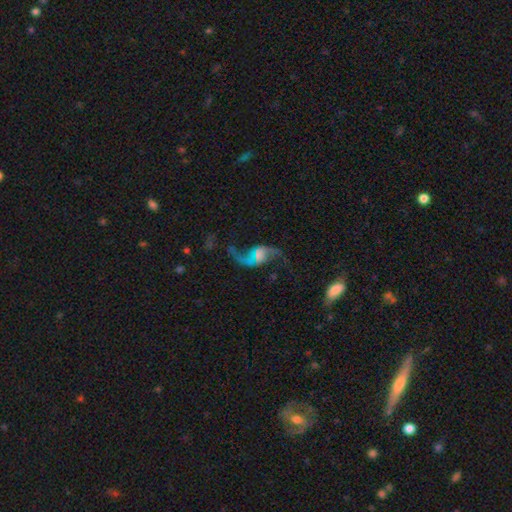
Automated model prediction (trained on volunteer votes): smooth-or-featured: featured or disk: 87% | smooth: 7% | star or artifact: 6%
  disk-edge-on: no: 97% | yes: 3%
    bar: weak: 49% | no: 27% | strong: 24%
    has-spiral-arms: yes: 95% | no: 5%
      spiral-winding: loose: 90% | medium: 8% | tight: 2%
      spiral-arm-count: 2: 94% | 1: 2% | can't tell: 1% | 3: 1% | 4: 1% | more than 4: 1%
    bulge-size: none: 39% | small: 33% | moderate: 20% | large: 6% | dominant: 2%
  merging: none: 67% | major disturbance: 14% | minor disturbance: 14% | merger: 5%